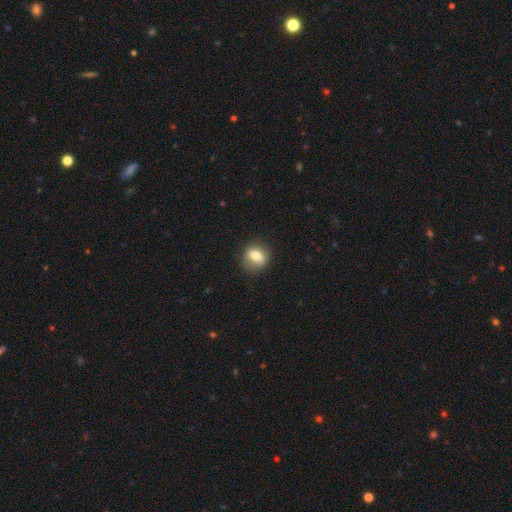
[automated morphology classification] Smooth or featured? Predicted: smooth (p=0.76). How rounded? Predicted: round (p=0.60). Merging? Predicted: none (p=0.78).